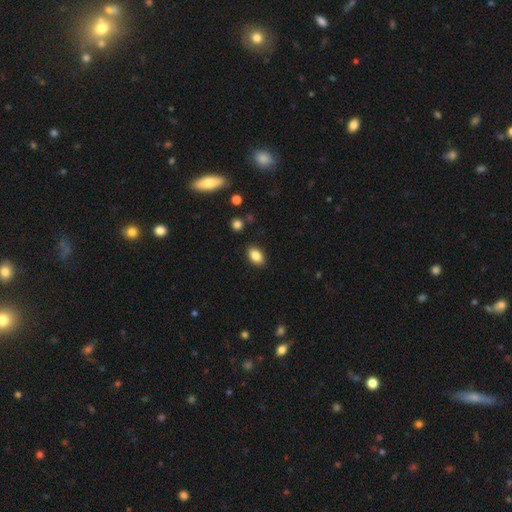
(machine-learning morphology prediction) type=smooth (85%); roundness=in between (88%); merging=none (88%).